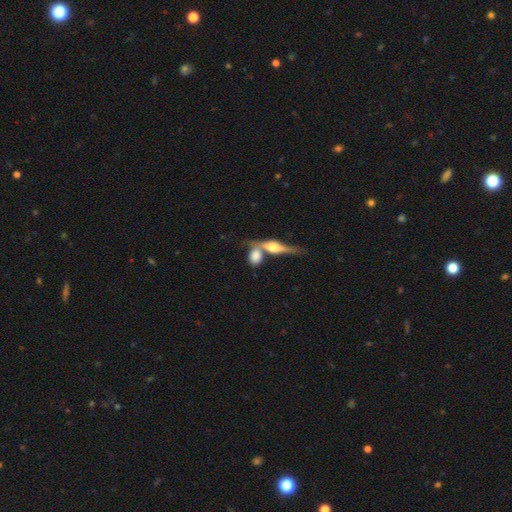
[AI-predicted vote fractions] The model was most divided on "merging": merger: 44%, none: 37%, minor disturbance: 12%, major disturbance: 7%. More confident: smooth or featured — smooth (62%); how rounded — in between (56%).